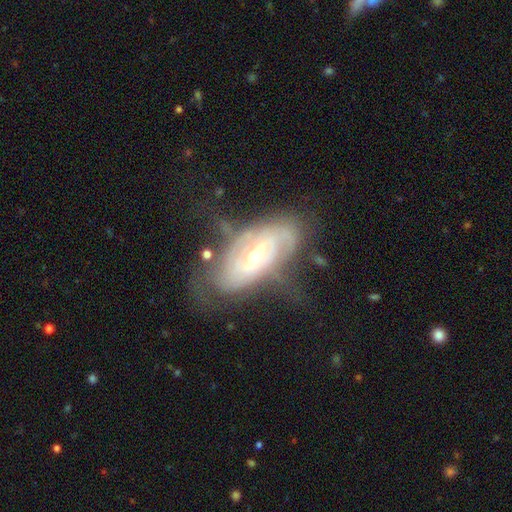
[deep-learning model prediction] This is likely a featured or disk galaxy (79%). It is clearly not viewed edge-on (90%). Bar: marginally weak (41%). Spiral arm pattern: clearly yes (83%). Spiral arm count: possibly can't tell (47%). Spiral winding: possibly tight (60%). Central bulge: possibly moderate (54%). Merging: possibly none (51%).